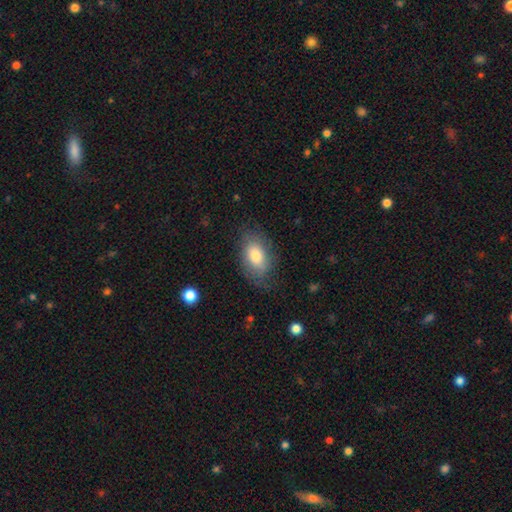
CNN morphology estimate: Smooth or featured?
  - smooth: 72% *
  - featured or disk: 21%
  - star or artifact: 7%
How rounded?
  - in between: 90% *
  - round: 8%
  - cigar-shaped: 2%
Merging?
  - none: 70% *
  - minor disturbance: 21%
  - major disturbance: 8%
  - merger: 1%